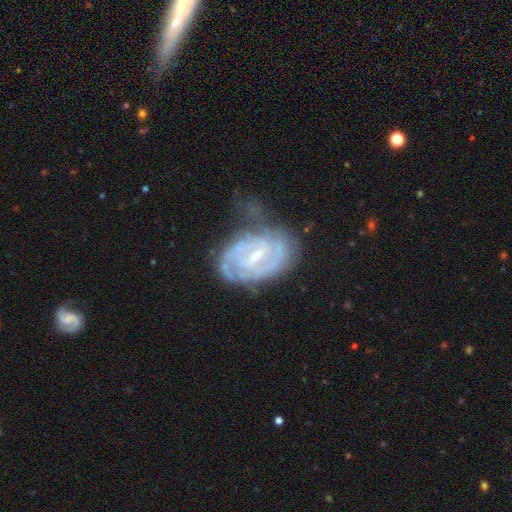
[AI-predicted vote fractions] This appears to be a featured or disk galaxy (82%) with a weak bar (55%), 2 (42%) tight (59%) spiral arms (89%) and a small central bulge (60%). Merging: none (44%).